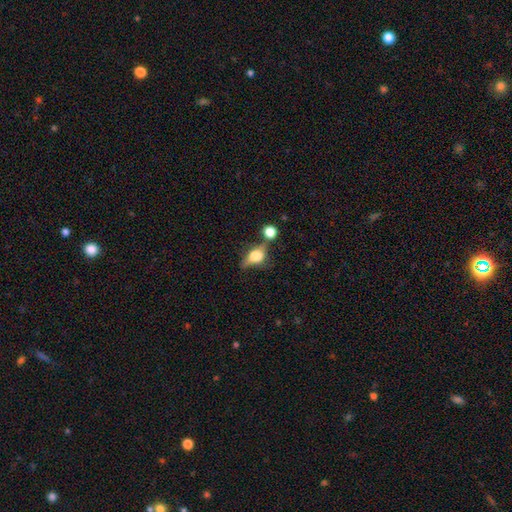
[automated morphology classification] smooth_or_featured: smooth (p=0.62) [alt: featured or disk p=0.27]
how_rounded: in between (p=0.68) [alt: round p=0.25]
merging: none (p=0.35) [alt: minor disturbance p=0.24]